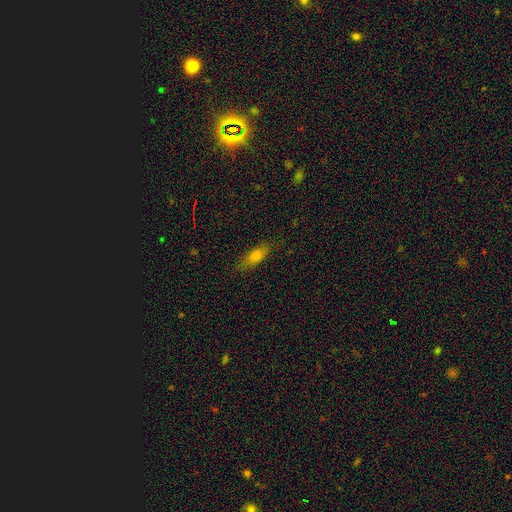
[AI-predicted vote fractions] A smooth galaxy with no disk features (71%) that is in between round and cigar-shaped (59%).

Vote fractions:
- Smooth or featured? smooth: 71% / featured or disk: 17% / star or artifact: 12%
- How rounded? in between: 59% / cigar-shaped: 38% / round: 3%
- Merging? none: 82% / minor disturbance: 13% / major disturbance: 3% / merger: 1%